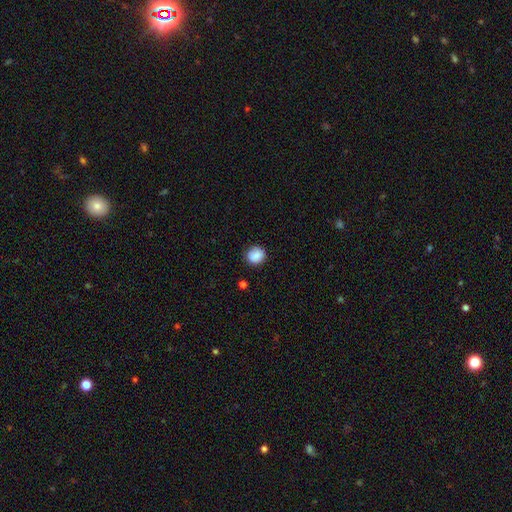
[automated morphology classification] Smooth or featured? Predicted: smooth (p=0.87). How rounded? Predicted: round (p=0.78). Merging? Predicted: none (p=0.82).